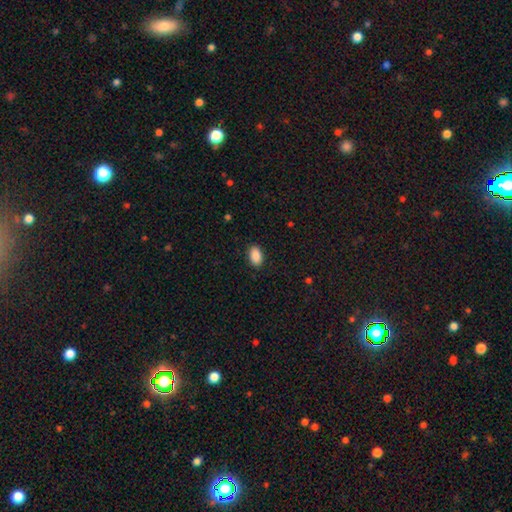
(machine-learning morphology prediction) smooth-or-featured: smooth: 89% | star or artifact: 7% | featured or disk: 3%
  how-rounded: in between: 91% | round: 8% | cigar-shaped: 1%
  merging: none: 89% | minor disturbance: 8% | major disturbance: 2% | merger: 1%